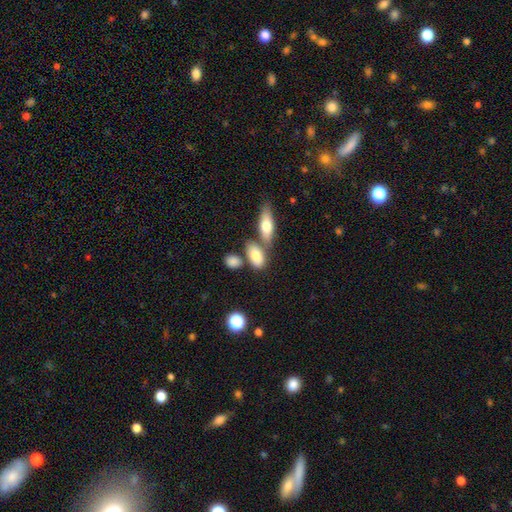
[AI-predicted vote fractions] Q: Smooth or featured?
A: smooth (80%); runner-up: featured or disk (12%)
Q: How rounded?
A: in between (85%); runner-up: round (8%)
Q: Merging?
A: none (53%); runner-up: merger (29%)